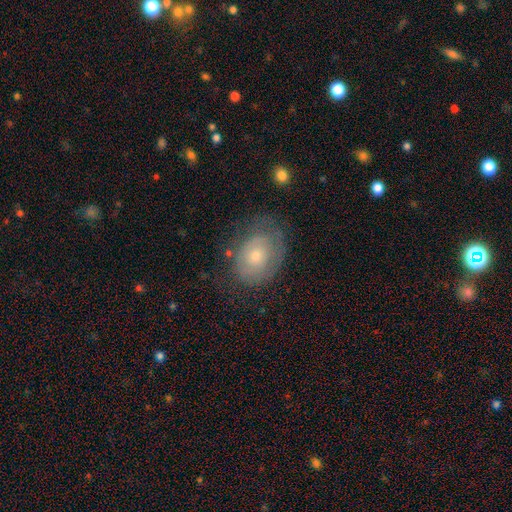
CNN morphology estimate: type=smooth (47%); merging=none (59%).